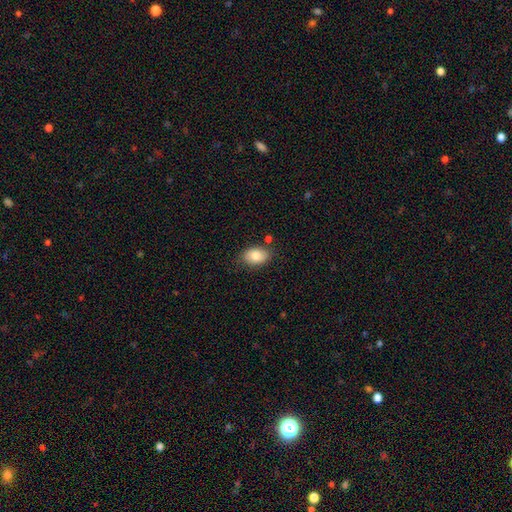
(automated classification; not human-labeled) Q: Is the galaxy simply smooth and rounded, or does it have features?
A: smooth — 83%.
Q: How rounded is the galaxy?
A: in between — 86%.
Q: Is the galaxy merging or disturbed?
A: none — 78%.